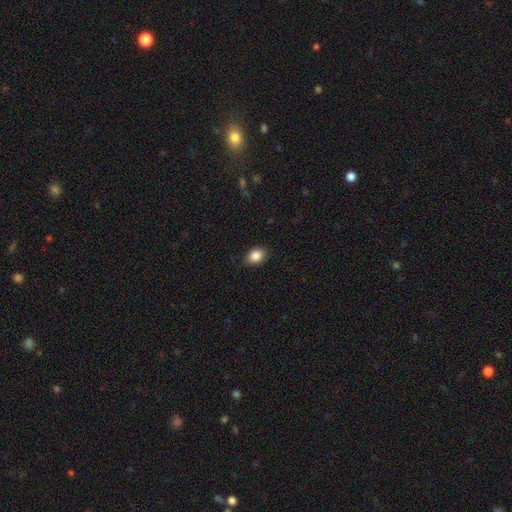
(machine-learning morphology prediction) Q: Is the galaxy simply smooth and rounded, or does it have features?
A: smooth — 87%.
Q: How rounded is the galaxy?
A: in between — 69%.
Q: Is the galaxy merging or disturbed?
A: none — 86%.